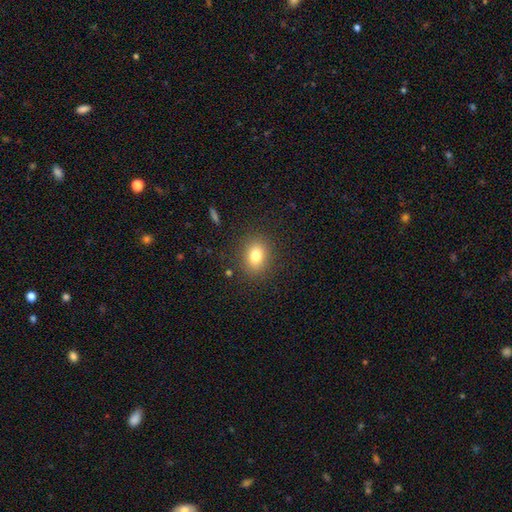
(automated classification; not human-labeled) smooth 80%, star or artifact 11%, featured or disk 9%. Down the decision tree: how rounded — in between (59%); merging — none (86%).